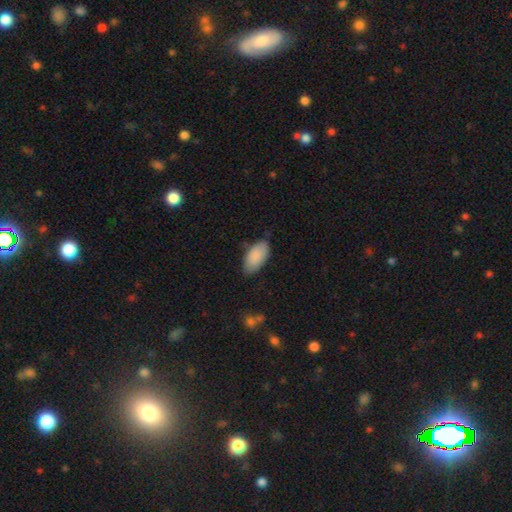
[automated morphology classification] A smooth galaxy with no disk features (88%) that is in between round and cigar-shaped (94%). Merging: none (71%).